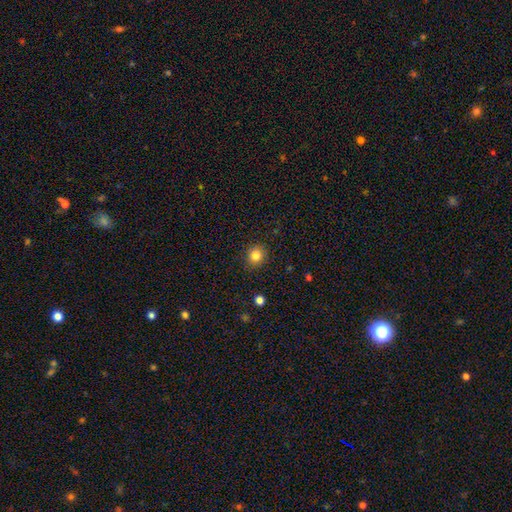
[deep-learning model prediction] A smooth galaxy with no disk features (83%) that is round (86%).

Vote fractions:
- Smooth or featured? smooth: 83% / star or artifact: 11% / featured or disk: 6%
- How rounded? round: 86% / in between: 13% / cigar-shaped: 1%
- Merging? none: 90% / minor disturbance: 7% / major disturbance: 2% / merger: 1%